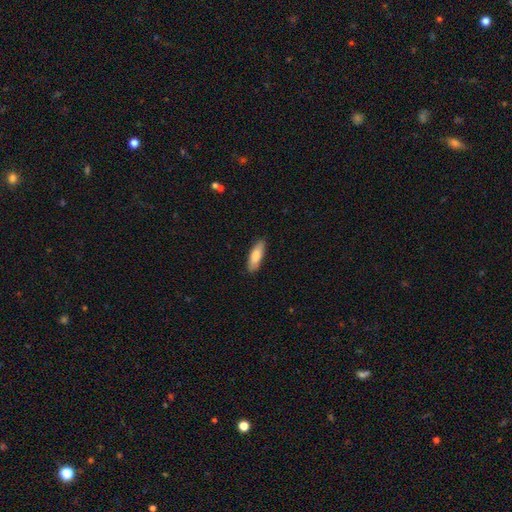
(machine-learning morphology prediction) This appears to be a smooth galaxy with no disk features (80%) that is in between round and cigar-shaped (54%). Merging: none (86%).